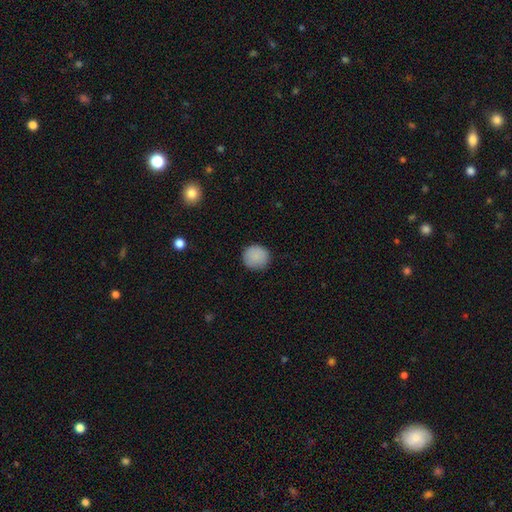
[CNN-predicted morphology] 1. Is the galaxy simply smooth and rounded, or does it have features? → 88% smooth, 8% star or artifact, 4% featured or disk.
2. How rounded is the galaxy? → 93% round, 6% in between, 1% cigar-shaped.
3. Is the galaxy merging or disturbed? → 89% none, 8% minor disturbance, 2% major disturbance, 1% merger.